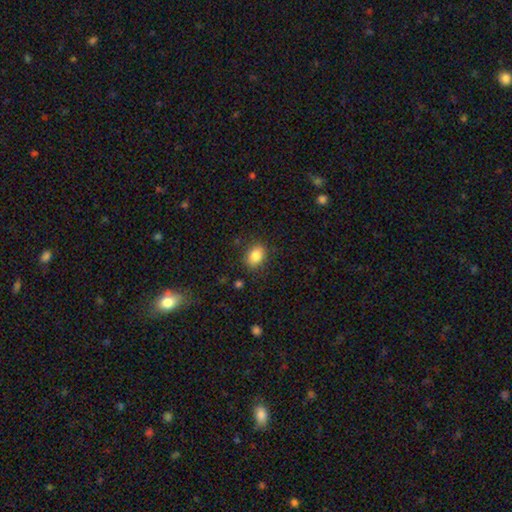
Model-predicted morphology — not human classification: A smooth galaxy with no disk features (84%) that is in between round and cigar-shaped (69%).

Vote fractions:
- Smooth or featured? smooth: 84% / star or artifact: 9% / featured or disk: 7%
- How rounded? in between: 69% / round: 30% / cigar-shaped: 1%
- Merging? none: 84% / minor disturbance: 11% / major disturbance: 3% / merger: 1%